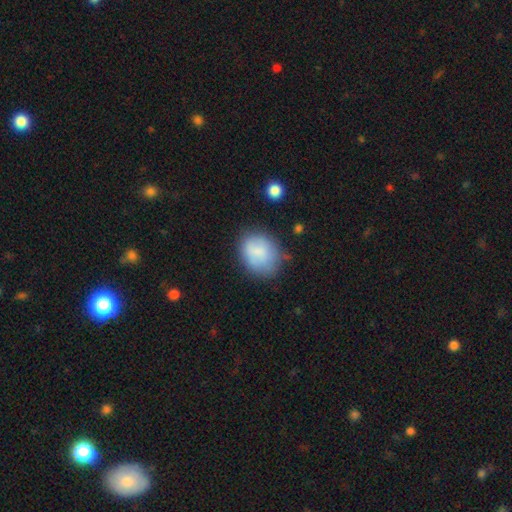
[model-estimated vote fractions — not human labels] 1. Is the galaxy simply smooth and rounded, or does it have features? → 76% smooth, 16% featured or disk, 8% star or artifact.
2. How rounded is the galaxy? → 50% in between, 49% round, 1% cigar-shaped.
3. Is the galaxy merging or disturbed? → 59% none, 27% minor disturbance, 10% major disturbance, 5% merger.